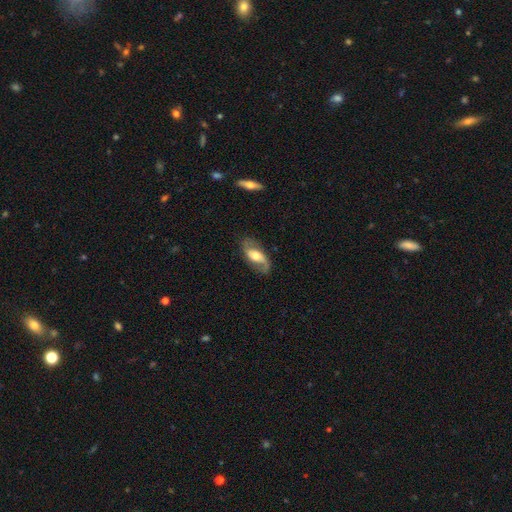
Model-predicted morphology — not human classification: Q: Smooth or featured?
A: featured or disk (69%); runner-up: smooth (25%)
Q: Edge-on disk?
A: no (92%); runner-up: yes (8%)
Q: Bar?
A: no (48%); runner-up: weak (36%)
Q: Spiral arms?
A: yes (87%); runner-up: no (13%)
Q: Spiral winding?
A: loose (48%); runner-up: medium (37%)
Q: Spiral arm count?
A: 2 (83%); runner-up: 1 (9%)
Q: Bulge size?
A: moderate (68%); runner-up: large (15%)
Q: Merging?
A: none (75%); runner-up: minor disturbance (17%)